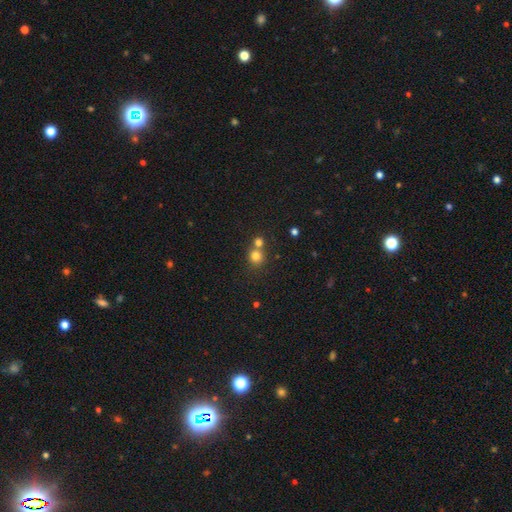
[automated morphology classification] This is likely a smooth galaxy (78%). How rounded: clearly round (88%). Merging: possibly none (54%).